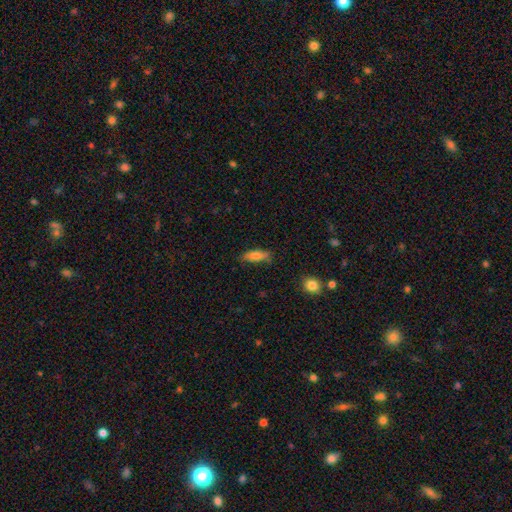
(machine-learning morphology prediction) smooth 78%, featured or disk 15%, star or artifact 7%. Down the decision tree: how rounded — in between (50%); merging — none (73%).